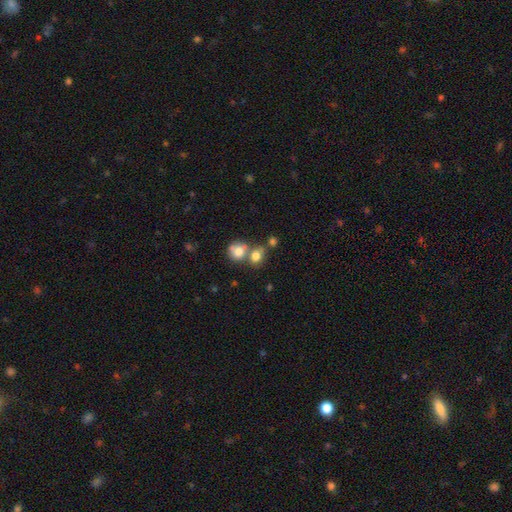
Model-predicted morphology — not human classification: smooth-or-featured: smooth: 76% | featured or disk: 13% | star or artifact: 11%
  how-rounded: round: 61% | in between: 37% | cigar-shaped: 1%
  merging: merger: 48% | none: 37% | minor disturbance: 10% | major disturbance: 5%